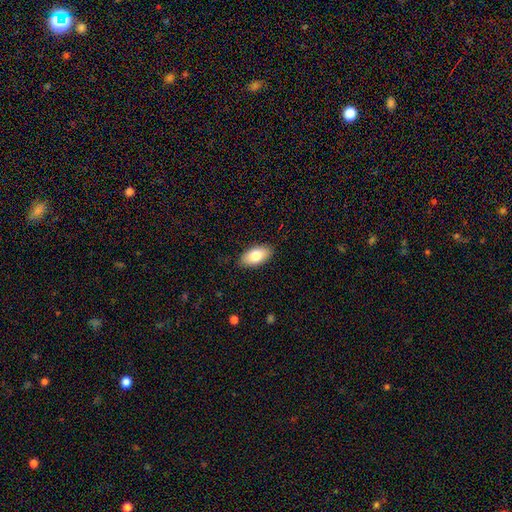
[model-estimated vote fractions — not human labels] smooth-or-featured: smooth: 82% | featured or disk: 12% | star or artifact: 6%
  how-rounded: in between: 94% | cigar-shaped: 4% | round: 3%
  merging: none: 87% | minor disturbance: 10% | major disturbance: 2% | merger: 1%